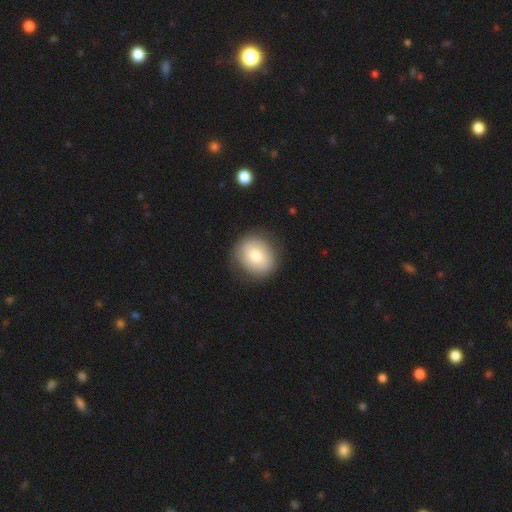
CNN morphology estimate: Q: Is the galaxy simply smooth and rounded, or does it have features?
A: smooth — 74%.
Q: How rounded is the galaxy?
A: round — 79%.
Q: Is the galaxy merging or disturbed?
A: none — 80%.